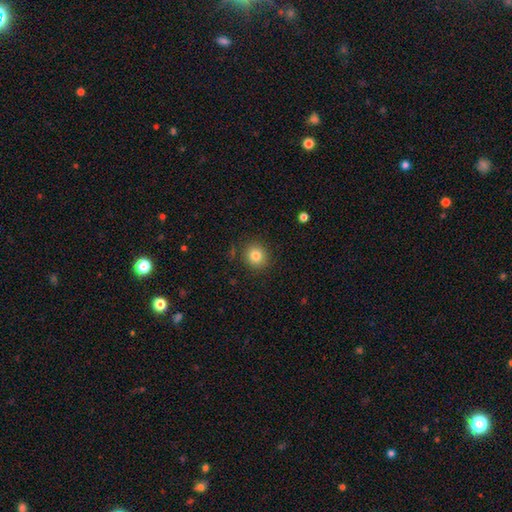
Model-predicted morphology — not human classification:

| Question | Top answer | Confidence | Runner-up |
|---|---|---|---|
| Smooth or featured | smooth | 82% | star or artifact (11%) |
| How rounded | round | 87% | in between (12%) |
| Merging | none | 88% | minor disturbance (8%) |